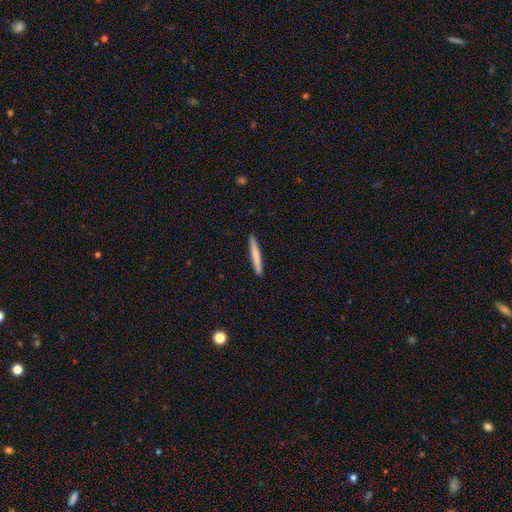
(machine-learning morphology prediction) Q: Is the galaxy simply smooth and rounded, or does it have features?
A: smooth — 73%.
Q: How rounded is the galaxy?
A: cigar-shaped — 96%.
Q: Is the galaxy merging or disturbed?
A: none — 90%.